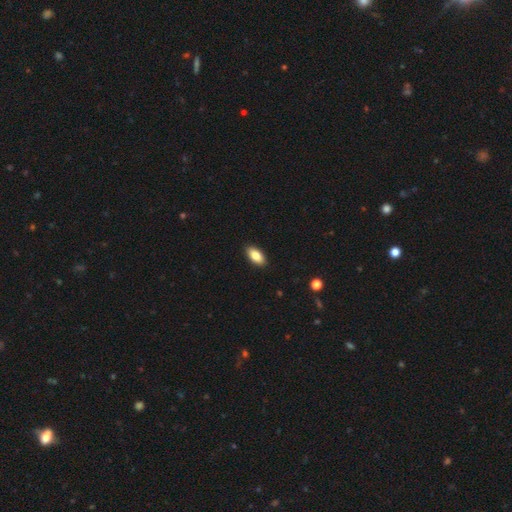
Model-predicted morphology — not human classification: type=smooth (85%); roundness=in between (91%); merging=none (90%).